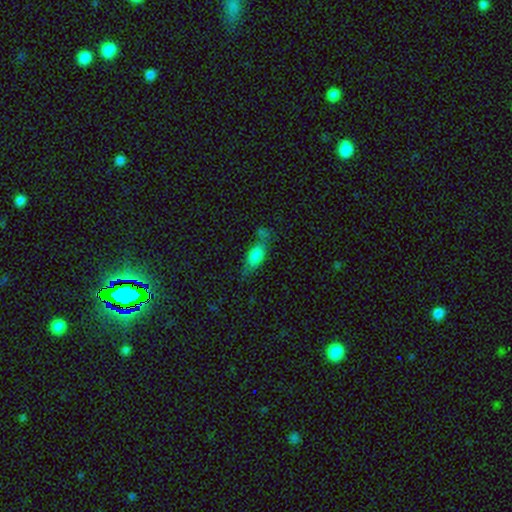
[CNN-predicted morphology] smooth-or-featured: smooth: 75% | featured or disk: 15% | star or artifact: 10%
  how-rounded: in between: 76% | cigar-shaped: 18% | round: 5%
  merging: none: 46% | minor disturbance: 24% | merger: 20% | major disturbance: 10%